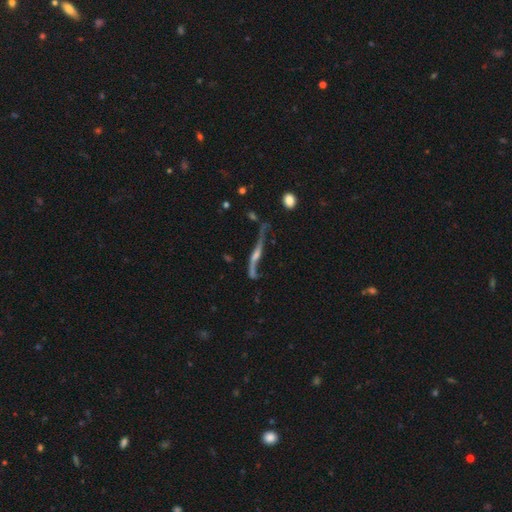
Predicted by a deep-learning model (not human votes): Smooth or featured: featured or disk — 80% (smooth — 11%)
Edge-on disk: yes — 79% (no — 21%)
Edge-on bulge: rounded — 77% (none — 14%)
Merging: none — 51% (minor disturbance — 23%)